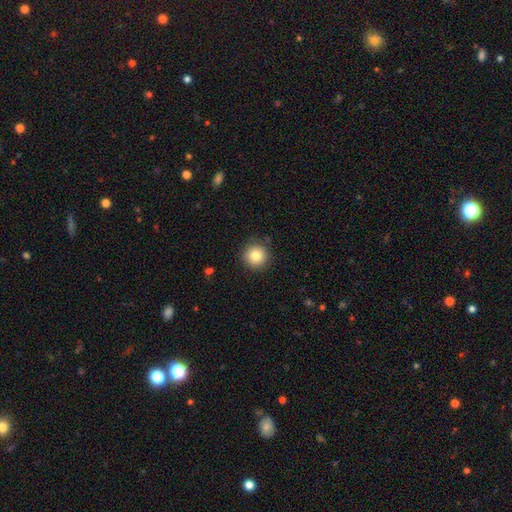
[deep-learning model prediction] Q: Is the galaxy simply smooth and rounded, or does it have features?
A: smooth — 81%.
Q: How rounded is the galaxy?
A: round — 95%.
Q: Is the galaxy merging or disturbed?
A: none — 89%.